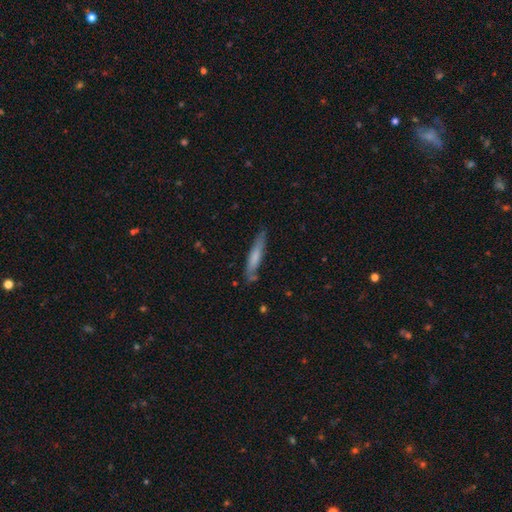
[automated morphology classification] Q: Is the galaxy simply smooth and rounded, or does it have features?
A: smooth — 55%.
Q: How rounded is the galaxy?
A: cigar-shaped — 91%.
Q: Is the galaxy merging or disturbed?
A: none — 78%.